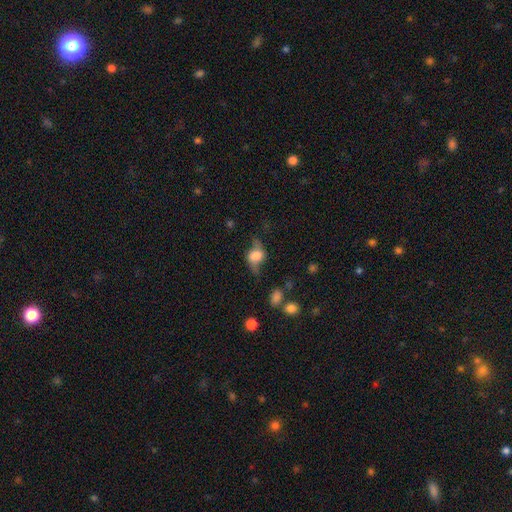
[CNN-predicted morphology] type=featured or disk (45%); merging=none (55%).